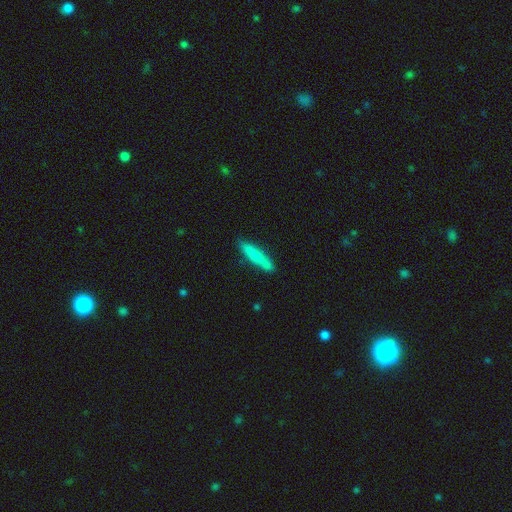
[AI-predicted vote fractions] smooth_or_featured: smooth (p=0.73) [alt: featured or disk p=0.22]
how_rounded: cigar-shaped (p=0.89) [alt: in between p=0.10]
merging: none (p=0.81) [alt: minor disturbance p=0.14]